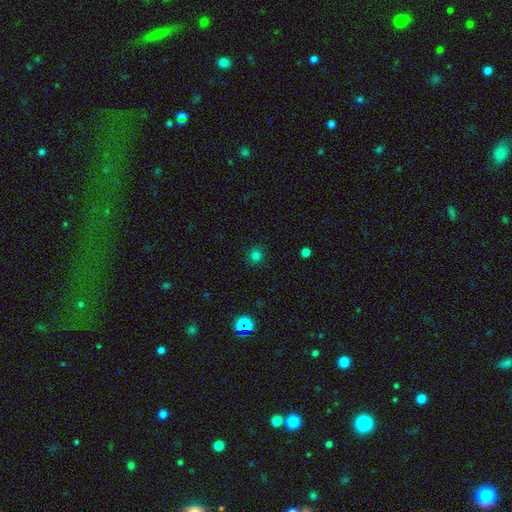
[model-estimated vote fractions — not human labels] smooth 78%, star or artifact 18%, featured or disk 4%. Down the decision tree: how rounded — round (94%); merging — none (91%).